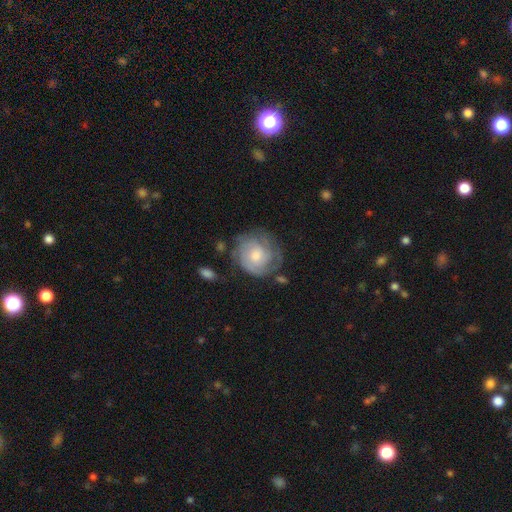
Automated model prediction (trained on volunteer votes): Smooth or featured: featured or disk — 61% (smooth — 33%)
Edge-on disk: no — 98% (yes — 2%)
Bar: no — 75% (weak — 22%)
Spiral arms: yes — 83% (no — 17%)
Bulge size: moderate — 54% (small — 26%)
Merging: none — 64% (minor disturbance — 22%)